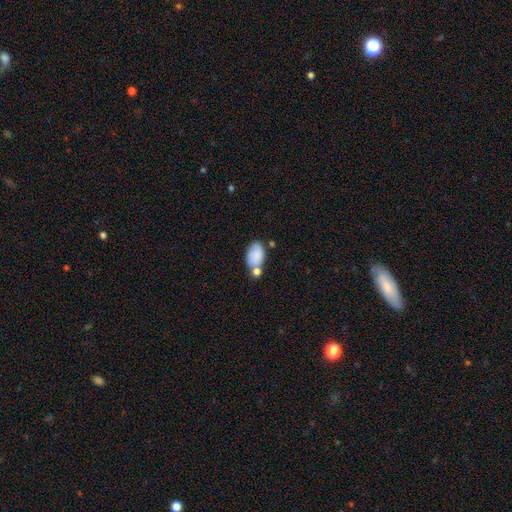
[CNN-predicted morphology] type=smooth (83%); roundness=in between (93%); merging=none (48%).